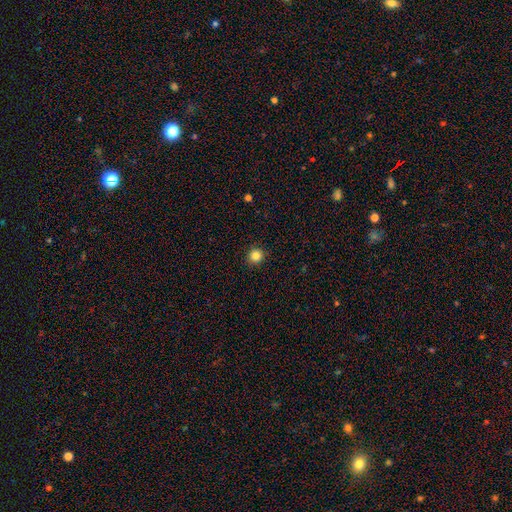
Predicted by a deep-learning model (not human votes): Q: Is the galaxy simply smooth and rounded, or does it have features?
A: smooth — 84%.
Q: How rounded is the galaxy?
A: round — 93%.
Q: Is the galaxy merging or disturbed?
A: none — 93%.